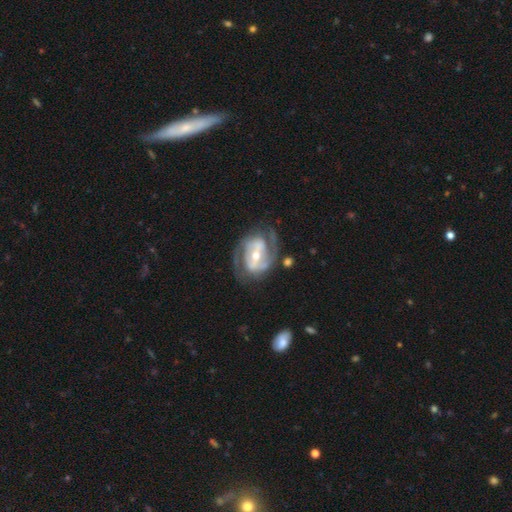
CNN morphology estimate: Q: Smooth or featured?
A: featured or disk (88%); runner-up: smooth (8%)
Q: Edge-on disk?
A: no (97%); runner-up: yes (3%)
Q: Bar?
A: strong (48%); runner-up: weak (34%)
Q: Spiral arms?
A: yes (92%); runner-up: no (8%)
Q: Spiral winding?
A: medium (46%); runner-up: tight (39%)
Q: Spiral arm count?
A: 2 (82%); runner-up: can't tell (7%)
Q: Bulge size?
A: moderate (61%); runner-up: small (34%)
Q: Merging?
A: none (70%); runner-up: minor disturbance (17%)